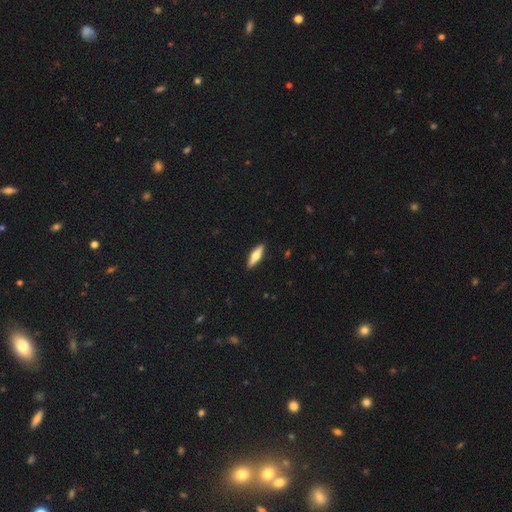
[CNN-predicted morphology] Overall: smooth (52%; featured or disk 42%). How rounded: cigar-shaped (60%; in between 38%). Merging: none (90%).